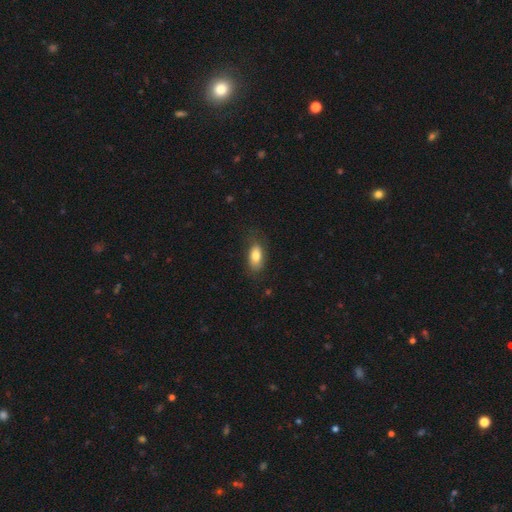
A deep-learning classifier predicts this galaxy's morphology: This appears to be a smooth galaxy with no disk features (79%) that is in between round and cigar-shaped (88%). Merging: none (73%).